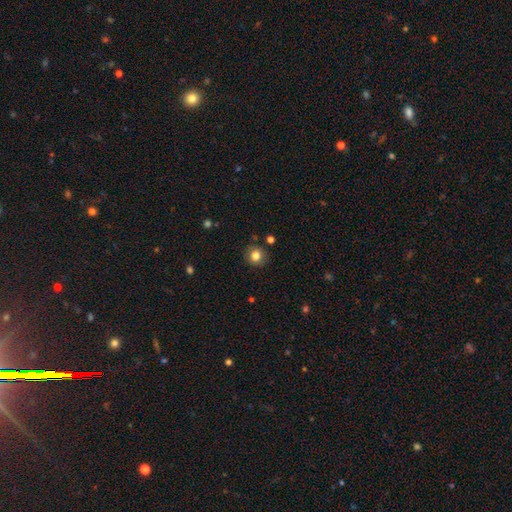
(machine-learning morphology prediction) smooth_or_featured: smooth (p=0.82) [alt: star or artifact p=0.11]
how_rounded: round (p=0.91) [alt: in between p=0.08]
merging: none (p=0.89) [alt: minor disturbance p=0.08]